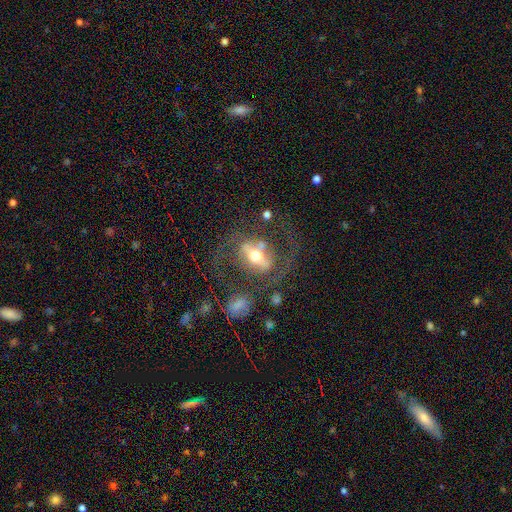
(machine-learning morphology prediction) smooth-or-featured: featured or disk: 76% | smooth: 17% | star or artifact: 7%
  disk-edge-on: no: 89% | yes: 11%
    bar: strong: 61% | weak: 23% | no: 16%
    has-spiral-arms: yes: 61% | no: 39%
    bulge-size: moderate: 70% | small: 14% | large: 13% | dominant: 2% | none: 1%
  merging: none: 57% | major disturbance: 20% | minor disturbance: 15% | merger: 8%